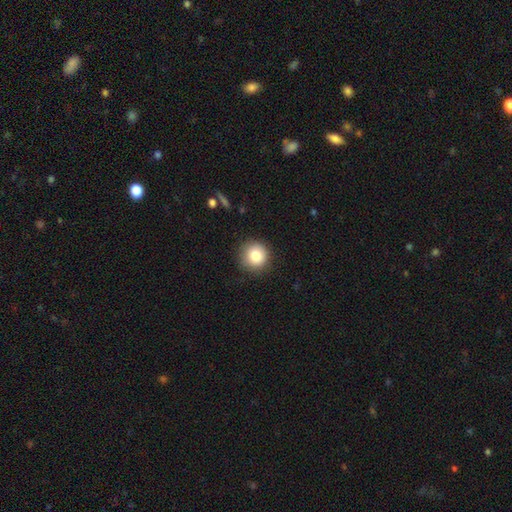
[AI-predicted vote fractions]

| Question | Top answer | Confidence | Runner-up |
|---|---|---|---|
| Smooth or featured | smooth | 83% | star or artifact (10%) |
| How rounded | round | 93% | in between (6%) |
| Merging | none | 87% | minor disturbance (10%) |